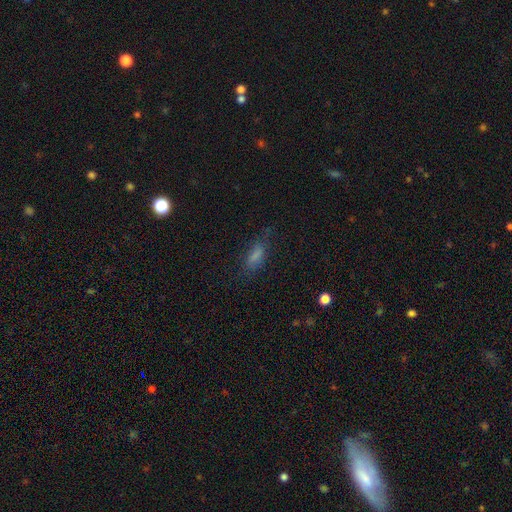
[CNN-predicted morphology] A smooth galaxy with no disk features (70%) that is in between round and cigar-shaped (61%). Merging: none (63%).